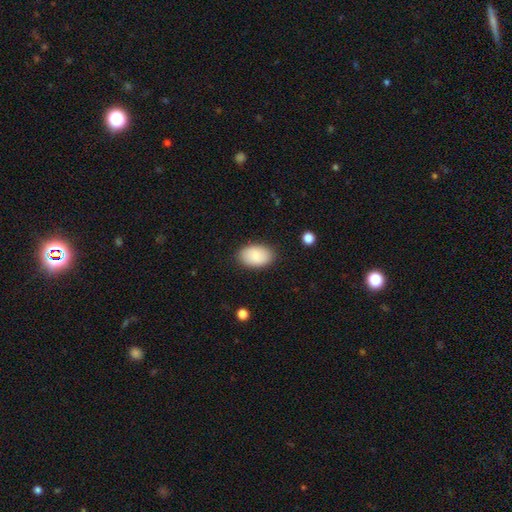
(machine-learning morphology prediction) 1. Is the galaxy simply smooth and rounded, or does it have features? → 86% smooth, 8% featured or disk, 6% star or artifact.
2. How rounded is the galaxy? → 92% in between, 6% round, 1% cigar-shaped.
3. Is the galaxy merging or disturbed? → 86% none, 10% minor disturbance, 2% major disturbance, 1% merger.